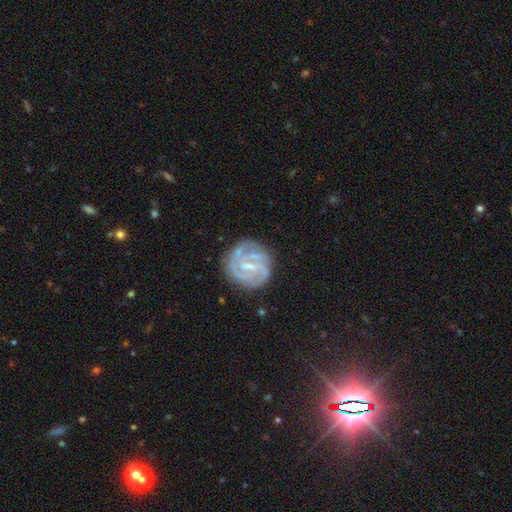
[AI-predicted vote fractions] Q: Smooth or featured?
A: featured or disk (81%); runner-up: smooth (12%)
Q: Edge-on disk?
A: no (98%); runner-up: yes (2%)
Q: Bar?
A: weak (47%); runner-up: strong (39%)
Q: Spiral arms?
A: yes (92%); runner-up: no (8%)
Q: Spiral winding?
A: tight (59%); runner-up: medium (32%)
Q: Spiral arm count?
A: 2 (45%); runner-up: 3 (21%)
Q: Bulge size?
A: small (54%); runner-up: moderate (24%)
Q: Merging?
A: none (75%); runner-up: minor disturbance (16%)